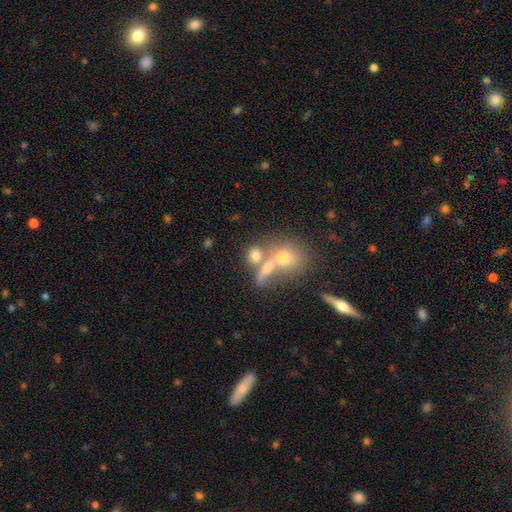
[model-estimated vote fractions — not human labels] This is likely a smooth galaxy (67%). How rounded: possibly round (56%). Merging: possibly merger (52%).